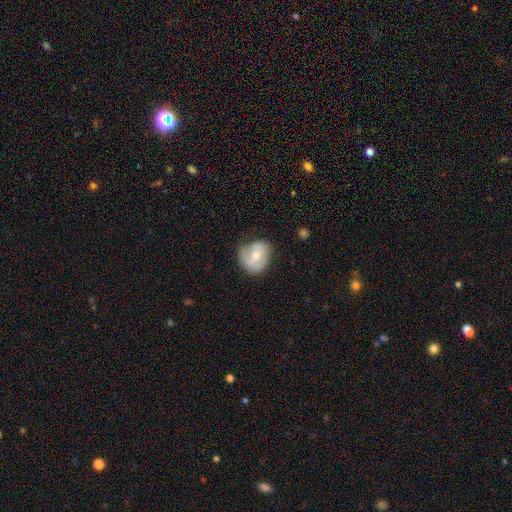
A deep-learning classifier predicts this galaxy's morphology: This appears to be a smooth galaxy with no disk features (48%). Merging: none (53%).